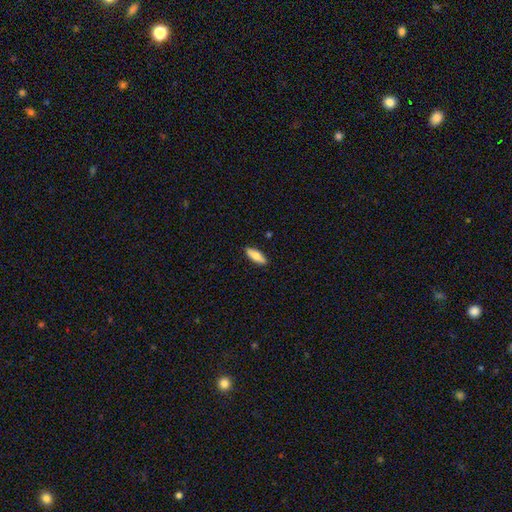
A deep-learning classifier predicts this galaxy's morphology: A smooth galaxy with no disk features (75%) that is in between round and cigar-shaped (67%). Merging: none (89%).